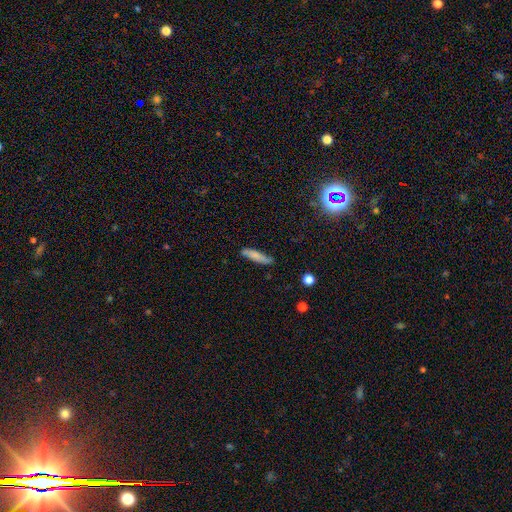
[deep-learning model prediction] Smooth or featured? Predicted: smooth (p=0.75). How rounded? Predicted: cigar-shaped (p=0.78). Merging? Predicted: none (p=0.76).